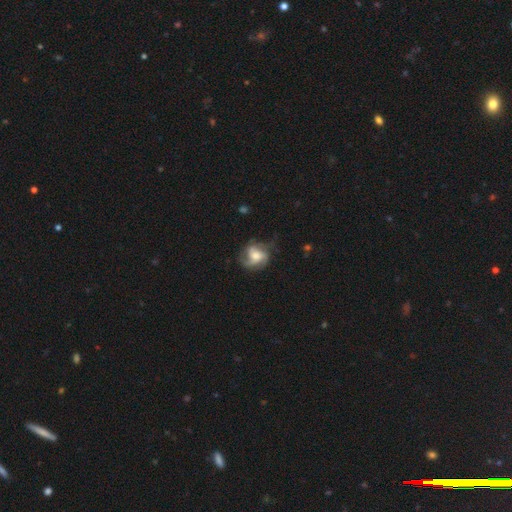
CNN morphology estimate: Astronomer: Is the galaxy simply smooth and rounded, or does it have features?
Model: featured or disk — 71%.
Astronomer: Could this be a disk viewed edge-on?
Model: no — 97%.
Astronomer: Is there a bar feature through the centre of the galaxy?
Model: no — 55% (runner-up: weak, 36%).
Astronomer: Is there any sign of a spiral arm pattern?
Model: yes — 91%.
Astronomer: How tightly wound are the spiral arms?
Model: medium — 47% (runner-up: loose, 27%).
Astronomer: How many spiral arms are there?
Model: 3 — 46% (runner-up: 2, 22%).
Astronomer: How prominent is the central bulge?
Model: moderate — 45% (runner-up: large, 32%).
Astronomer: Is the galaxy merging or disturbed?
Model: none — 57%.